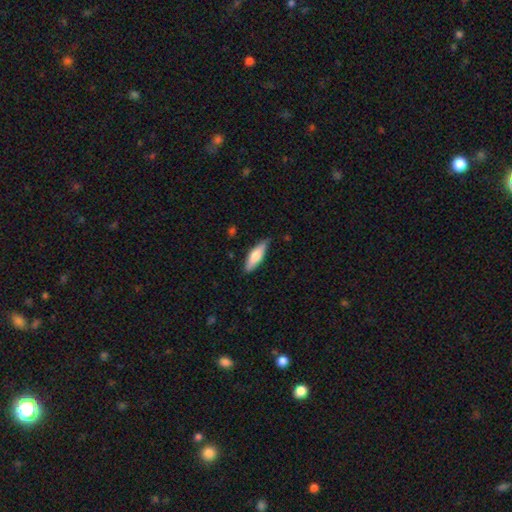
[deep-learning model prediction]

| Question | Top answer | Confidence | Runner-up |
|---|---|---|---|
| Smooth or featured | smooth | 70% | featured or disk (25%) |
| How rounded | cigar-shaped | 51% | in between (47%) |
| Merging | none | 81% | minor disturbance (15%) |